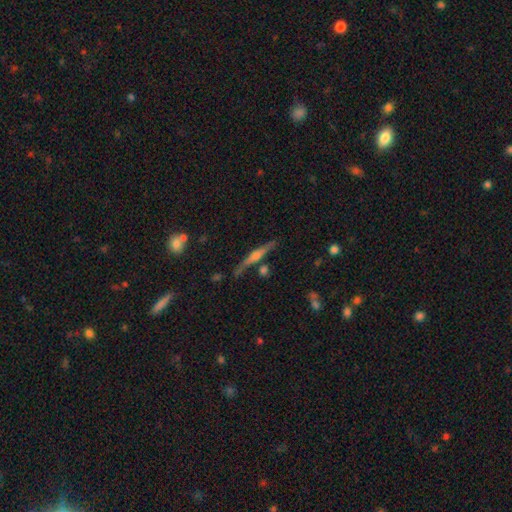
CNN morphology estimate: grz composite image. It shows a featured or disk galaxy (75%) viewed edge-on (97%) with a rounded central bulge (77%). Merging: none (82%).